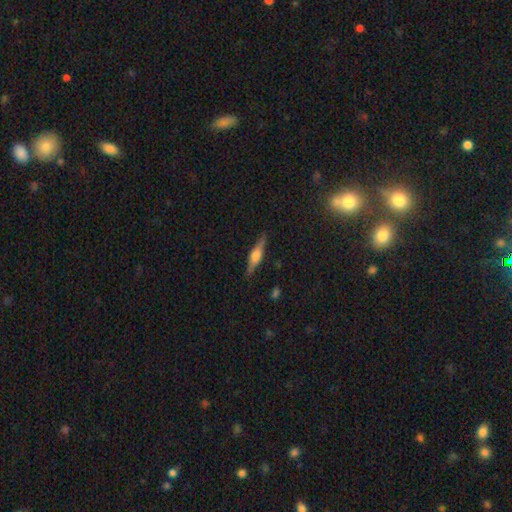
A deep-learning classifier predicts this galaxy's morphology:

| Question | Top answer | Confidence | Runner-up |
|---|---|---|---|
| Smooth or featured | featured or disk | 62% | smooth (31%) |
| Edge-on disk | yes | 96% | no (4%) |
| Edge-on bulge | rounded | 84% | boxy (13%) |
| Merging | none | 85% | minor disturbance (11%) |